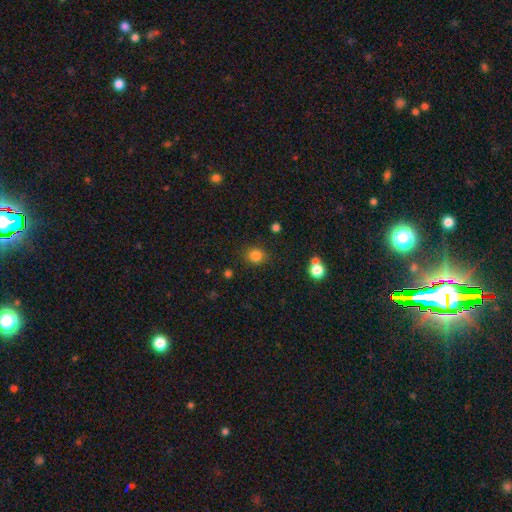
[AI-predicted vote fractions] Smooth or featured: smooth — 83% (star or artifact — 13%)
How rounded: round — 83% (in between — 16%)
Merging: none — 84% (minor disturbance — 10%)